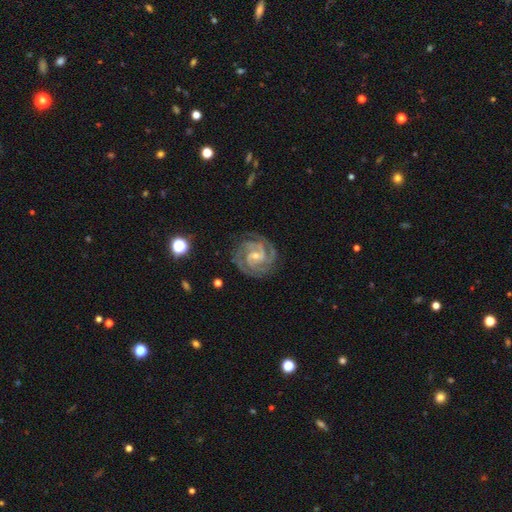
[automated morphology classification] Smooth or featured: featured or disk — 92% (star or artifact — 4%)
Edge-on disk: no — 98% (yes — 2%)
Bar: weak — 44% (no — 40%)
Spiral arms: yes — 99% (no — 1%)
Spiral winding: tight — 70% (medium — 27%)
Spiral arm count: 3 — 39% (2 — 23%)
Bulge size: small — 67% (moderate — 29%)
Merging: none — 81% (minor disturbance — 14%)